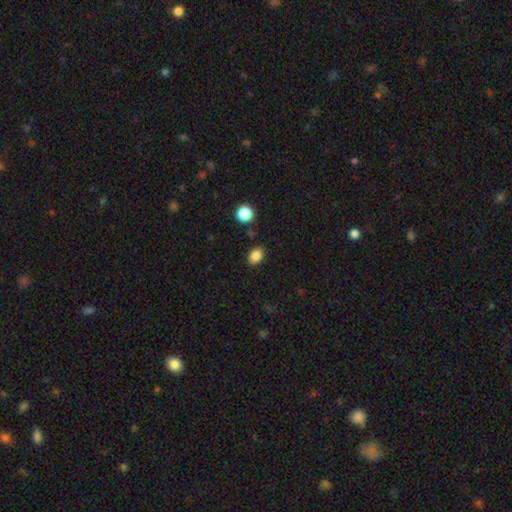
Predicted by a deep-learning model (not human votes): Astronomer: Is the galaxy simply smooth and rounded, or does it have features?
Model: smooth — 85%.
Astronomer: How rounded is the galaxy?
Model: in between — 72%.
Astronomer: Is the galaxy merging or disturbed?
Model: none — 86%.